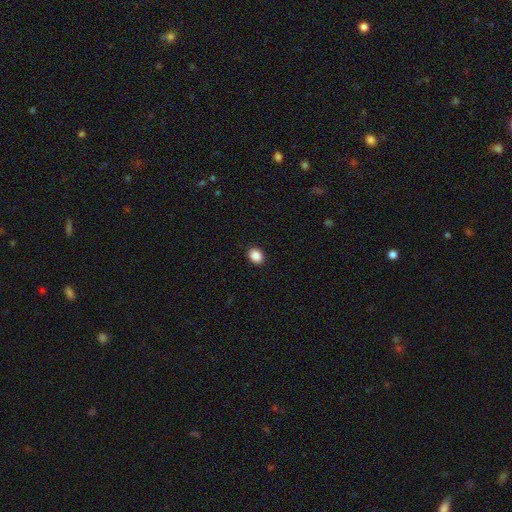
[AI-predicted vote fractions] A smooth galaxy with no disk features (88%) that is in between round and cigar-shaped (59%).

Vote fractions:
- Smooth or featured? smooth: 88% / star or artifact: 9% / featured or disk: 3%
- How rounded? in between: 59% / round: 40% / cigar-shaped: 1%
- Merging? none: 91% / minor disturbance: 6% / major disturbance: 2% / merger: 1%